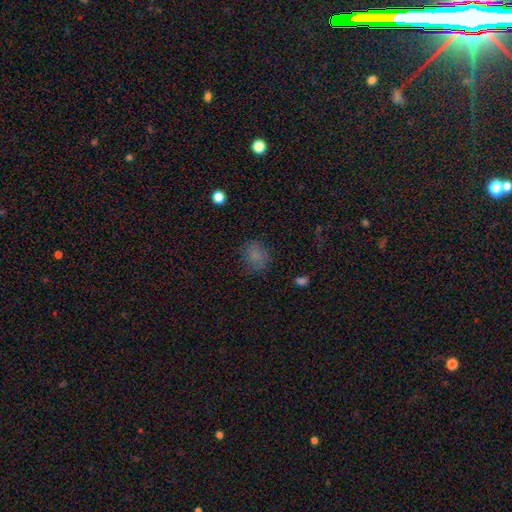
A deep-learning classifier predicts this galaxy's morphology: This appears to be a smooth galaxy with no disk features (75%) that is round (62%). Merging: none (75%).